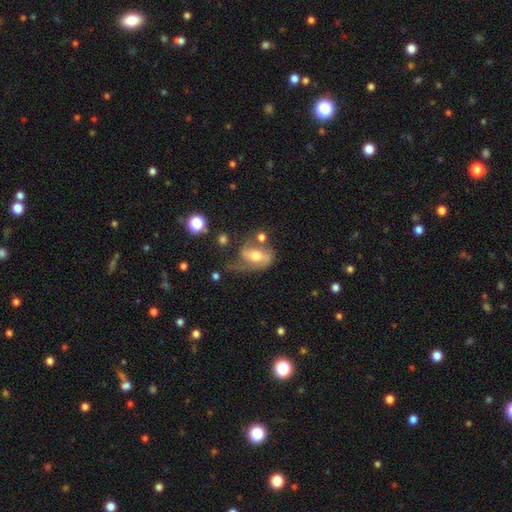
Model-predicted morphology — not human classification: Overall: featured or disk (55%; smooth 36%). Edge-on disk: no (93%). Bar: no (38%; weak 37%). Spiral arms: yes (72%). Bulge size: moderate (69%). Merging: none (31%, tied with major disturbance).